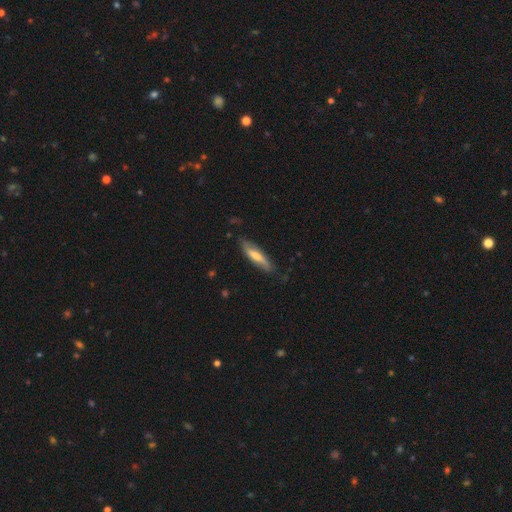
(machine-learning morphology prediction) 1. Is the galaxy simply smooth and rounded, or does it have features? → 49% smooth, 45% featured or disk, 6% star or artifact.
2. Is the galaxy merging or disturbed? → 73% none, 21% minor disturbance, 4% major disturbance, 2% merger.